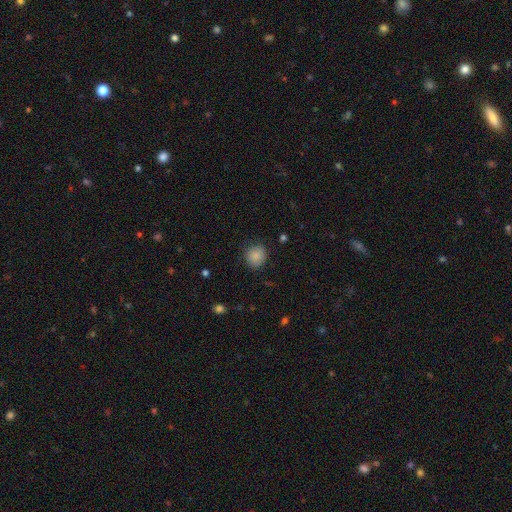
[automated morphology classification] Overall: smooth (84%). How rounded: round (83%). Merging: none (80%).